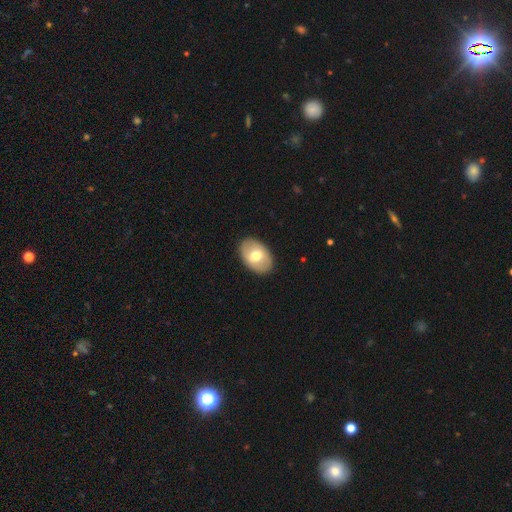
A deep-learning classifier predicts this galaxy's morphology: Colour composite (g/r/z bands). It shows a smooth galaxy with no disk features (60%) that is in between round and cigar-shaped (84%). Merging: none (89%).